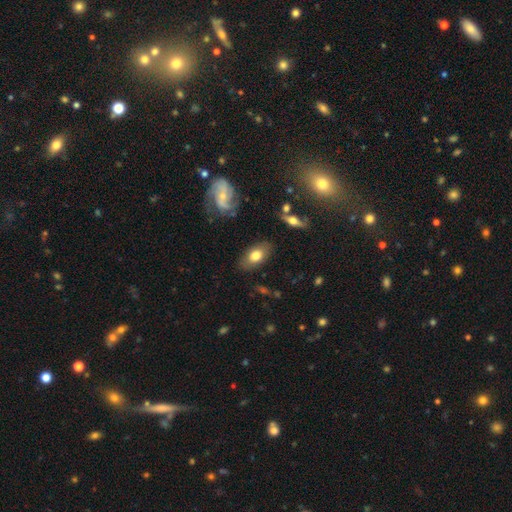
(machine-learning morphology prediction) A smooth galaxy with no disk features (72%) that is in between round and cigar-shaped (89%). Merging: none (81%).